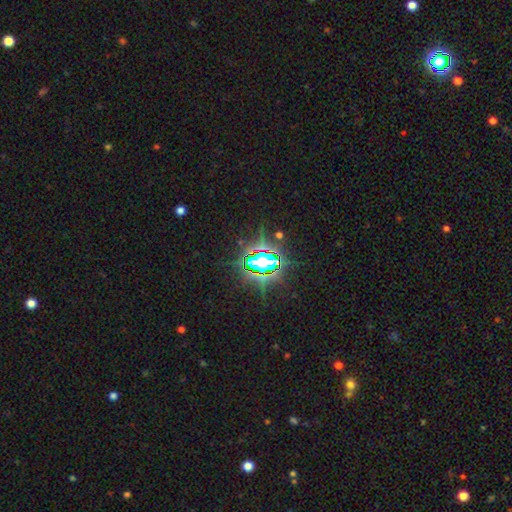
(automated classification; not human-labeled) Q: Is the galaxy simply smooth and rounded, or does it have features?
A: star or artifact — 80%.